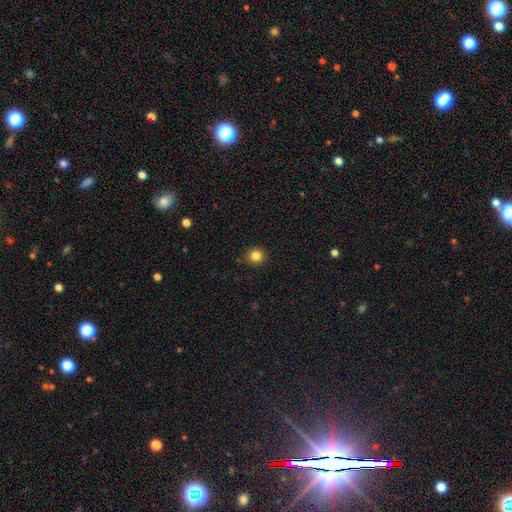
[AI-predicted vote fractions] This appears to be a smooth galaxy with no disk features (84%) that is round (92%). Merging: none (91%).